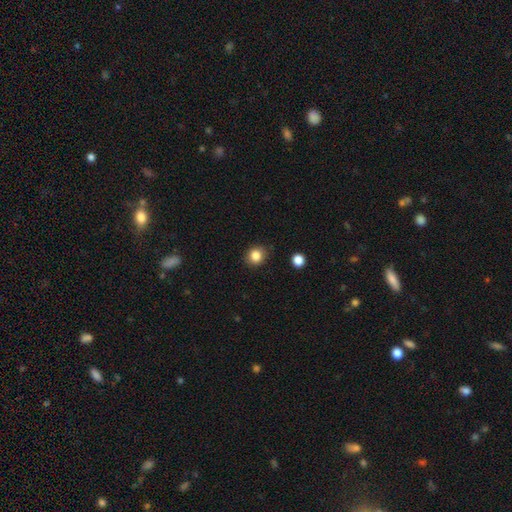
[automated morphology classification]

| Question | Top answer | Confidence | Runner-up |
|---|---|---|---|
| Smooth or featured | smooth | 84% | star or artifact (11%) |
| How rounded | round | 77% | in between (22%) |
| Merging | none | 85% | minor disturbance (11%) |